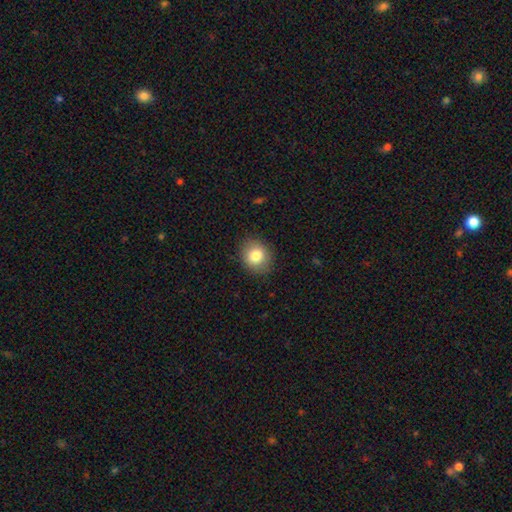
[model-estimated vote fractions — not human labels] smooth 82%, star or artifact 9%, featured or disk 8%. Down the decision tree: how rounded — round (74%); merging — none (87%).